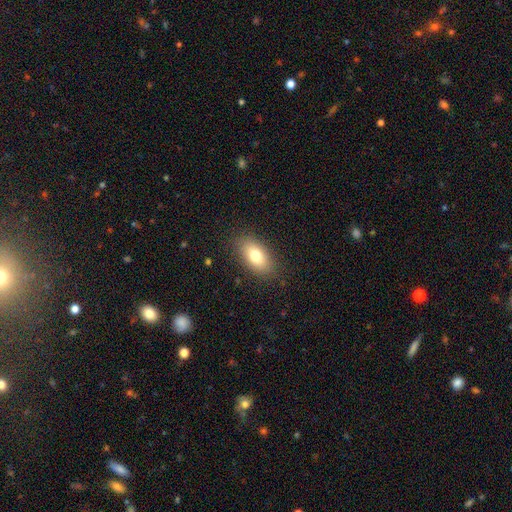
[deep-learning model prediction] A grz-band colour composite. It shows a smooth galaxy with no disk features (77%) that is in between round and cigar-shaped (90%). Merging: none (86%).